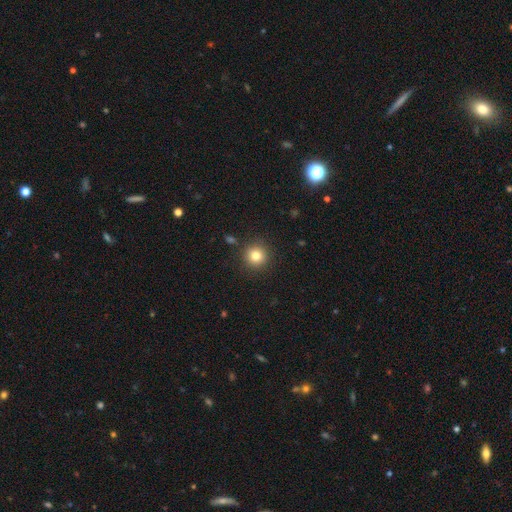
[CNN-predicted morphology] smooth 81%, star or artifact 12%, featured or disk 7%. Down the decision tree: how rounded — round (94%); merging — none (90%).